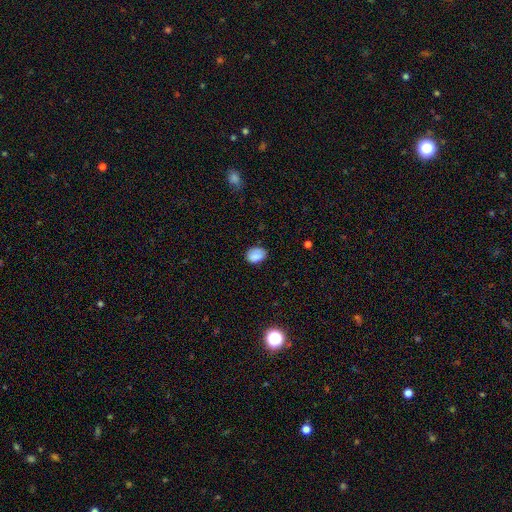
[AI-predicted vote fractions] A smooth galaxy with no disk features (84%) that is in between round and cigar-shaped (69%). Merging: none (69%).